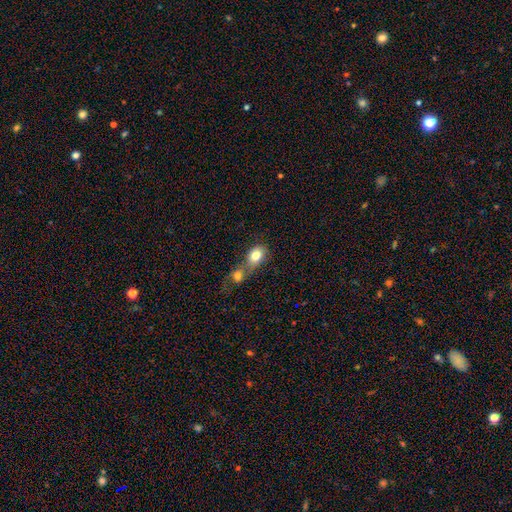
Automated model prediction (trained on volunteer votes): Smooth or featured? smooth (80%)
How rounded? in between (61%)
Merging? merger (65%)